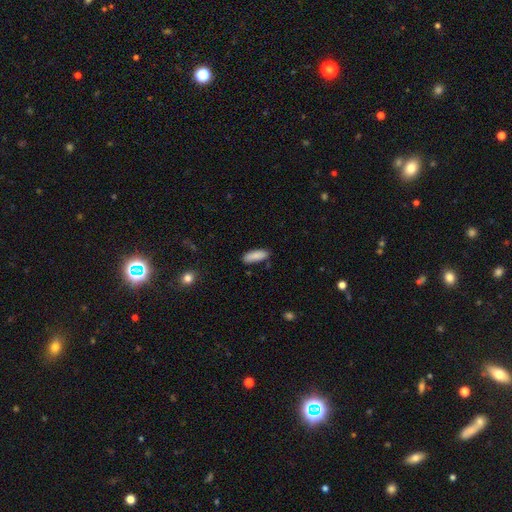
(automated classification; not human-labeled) This appears to be a smooth galaxy with no disk features (87%) that is in between round and cigar-shaped (66%). Merging: none (83%).